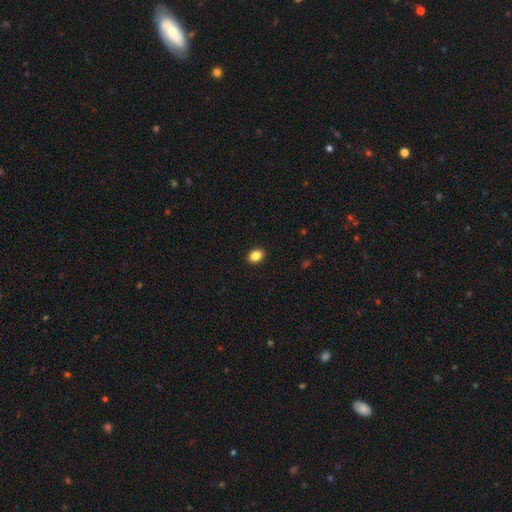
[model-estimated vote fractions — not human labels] A smooth galaxy with no disk features (86%) that is in between round and cigar-shaped (60%).

Vote fractions:
- Smooth or featured? smooth: 86% / star or artifact: 9% / featured or disk: 5%
- How rounded? in between: 60% / round: 39% / cigar-shaped: 1%
- Merging? none: 91% / minor disturbance: 6% / major disturbance: 2% / merger: 1%